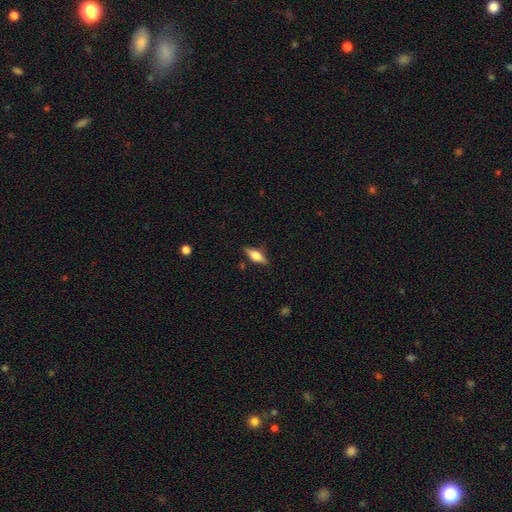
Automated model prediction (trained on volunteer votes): A featured or disk galaxy (47%). Merging: none (82%).